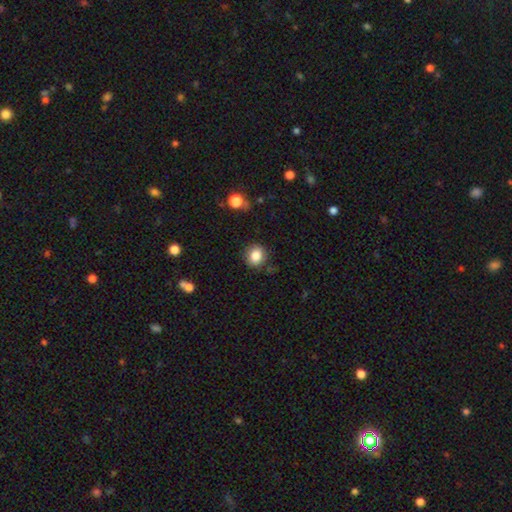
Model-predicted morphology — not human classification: Smooth or featured: smooth — 84% (star or artifact — 10%)
How rounded: round — 83% (in between — 16%)
Merging: none — 85% (minor disturbance — 10%)